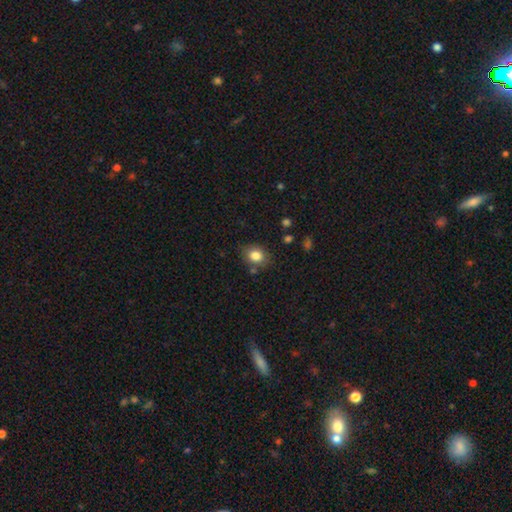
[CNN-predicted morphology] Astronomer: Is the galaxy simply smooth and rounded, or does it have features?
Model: smooth — 83%.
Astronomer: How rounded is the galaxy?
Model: round — 54% (runner-up: in between, 45%).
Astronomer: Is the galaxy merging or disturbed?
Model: none — 78%.